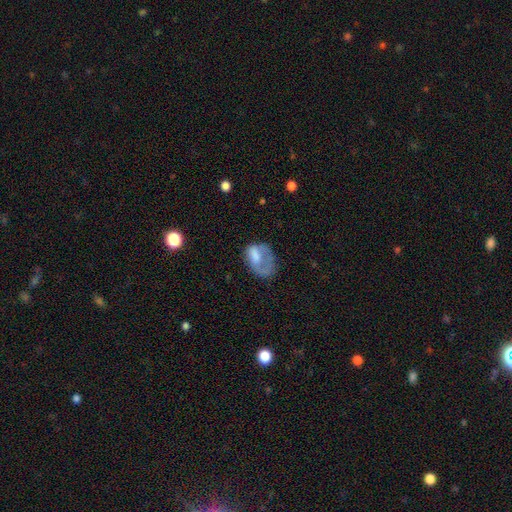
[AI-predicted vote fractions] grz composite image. It shows a smooth galaxy with no disk features (53%) that is in between round and cigar-shaped (76%). Merging: major disturbance (37%).